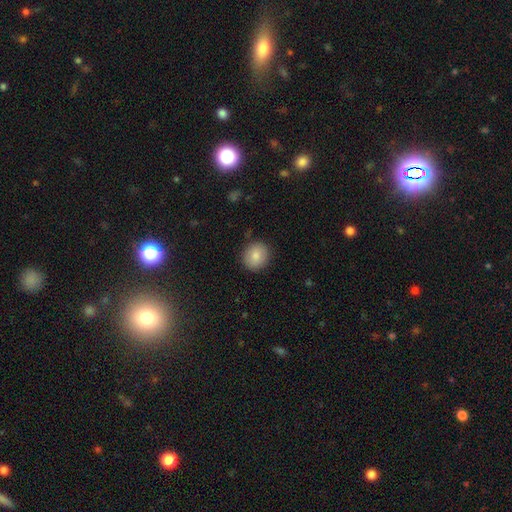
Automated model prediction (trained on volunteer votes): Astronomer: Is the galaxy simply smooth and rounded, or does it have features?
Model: smooth — 84%.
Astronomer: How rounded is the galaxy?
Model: round — 84%.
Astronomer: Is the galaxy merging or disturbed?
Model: none — 88%.